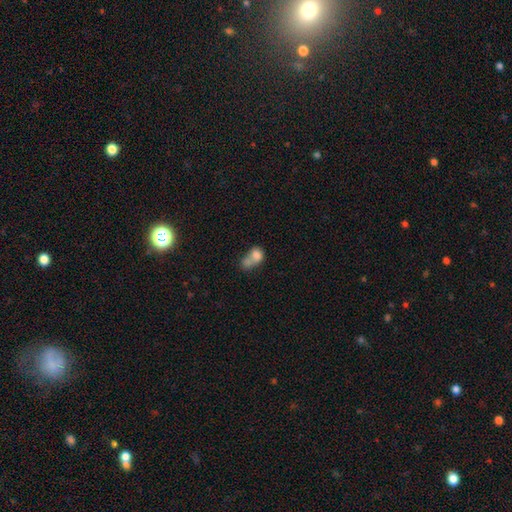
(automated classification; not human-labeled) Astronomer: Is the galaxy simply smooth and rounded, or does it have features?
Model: smooth — 74%.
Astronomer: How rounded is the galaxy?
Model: in between — 54% (runner-up: round, 44%).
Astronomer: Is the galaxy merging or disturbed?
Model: merger — 70%.